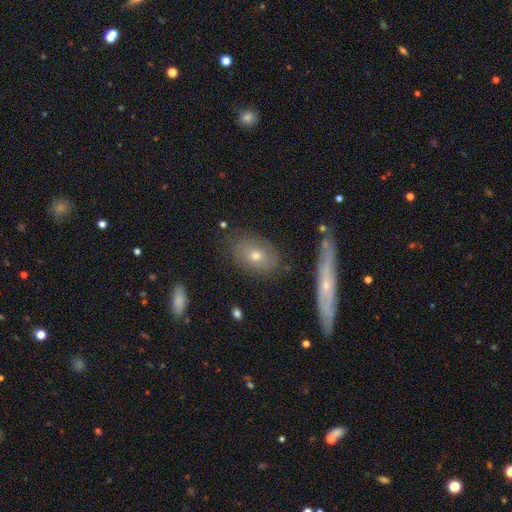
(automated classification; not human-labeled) This appears to be a smooth galaxy with no disk features (57%) that is in between round and cigar-shaped (77%). Merging: none (80%).